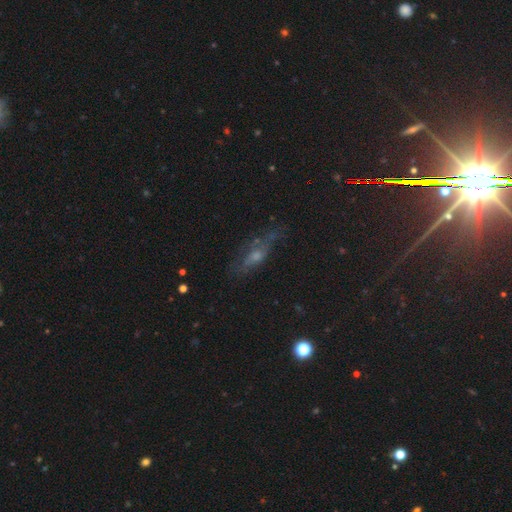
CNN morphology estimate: This appears to be a featured or disk galaxy (49%). Merging: none (61%).